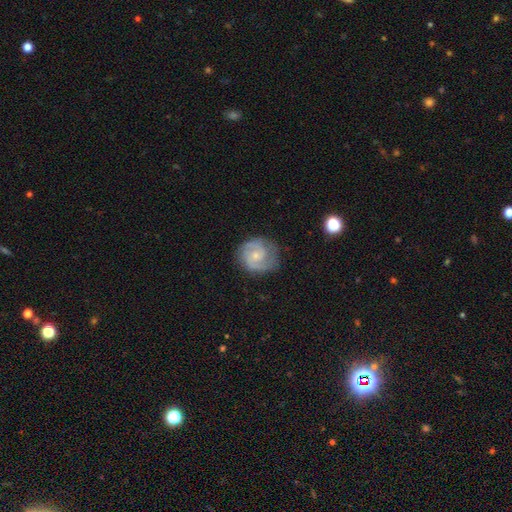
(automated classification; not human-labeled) A featured or disk galaxy (80%) with no bar (64%), 2 (65%) tight (46%) spiral arms (96%) and a small central bulge (65%).

Vote fractions:
- Smooth or featured? featured or disk: 80% / smooth: 14% / star or artifact: 6%
- Edge-on disk? no: 98% / yes: 2%
- Bar? no: 64% / weak: 32% / strong: 5%
- Spiral arms? yes: 96% / no: 4%
- Spiral winding? tight: 46% / medium: 44% / loose: 10%
- Spiral arm count? 2: 65% / 3: 16% / can't tell: 10% / 1: 3% / 4: 3% / more than 4: 2%
- Bulge size? small: 65% / moderate: 27% / none: 5% / large: 1% / dominant: 1%
- Merging? none: 75% / minor disturbance: 17% / major disturbance: 6% / merger: 1%